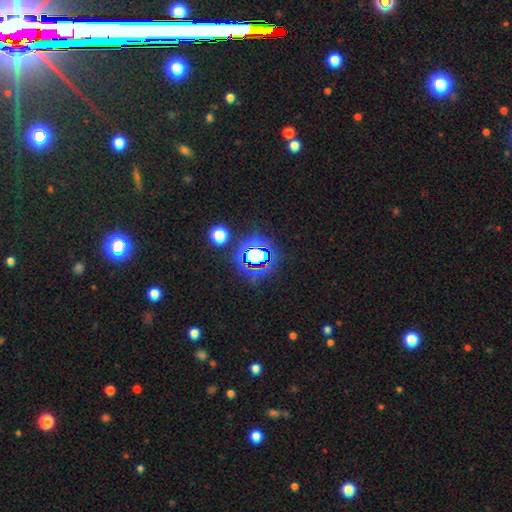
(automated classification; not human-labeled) Q: Smooth or featured?
A: star or artifact (69%); runner-up: smooth (21%)